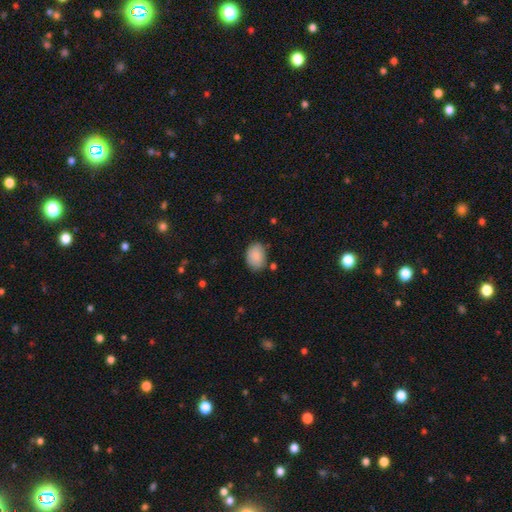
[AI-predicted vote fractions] The model was most divided on "how rounded": in between: 79%, round: 20%, cigar-shaped: 1%. More confident: smooth or featured — smooth (87%); merging — none (78%).